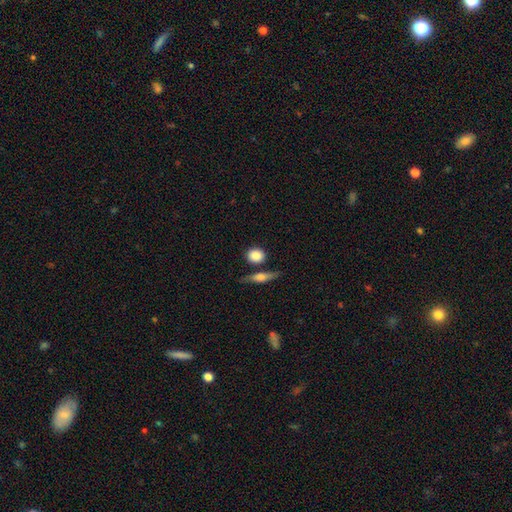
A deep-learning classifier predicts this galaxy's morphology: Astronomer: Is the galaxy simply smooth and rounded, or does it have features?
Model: smooth — 83%.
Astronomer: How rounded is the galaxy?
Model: round — 70%.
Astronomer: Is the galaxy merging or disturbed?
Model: none — 73%.